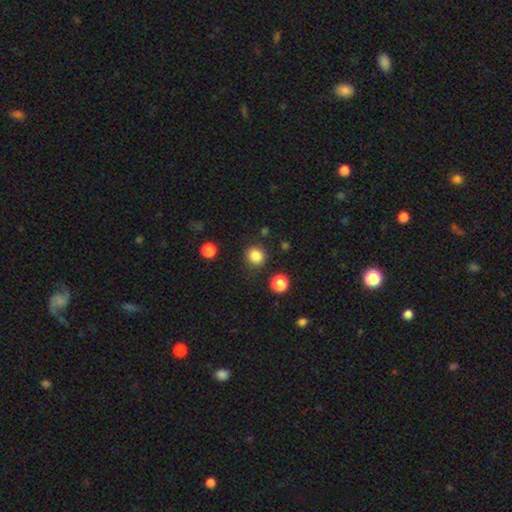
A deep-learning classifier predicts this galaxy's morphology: Overall: smooth (85%). How rounded: round (83%). Merging: none (85%).